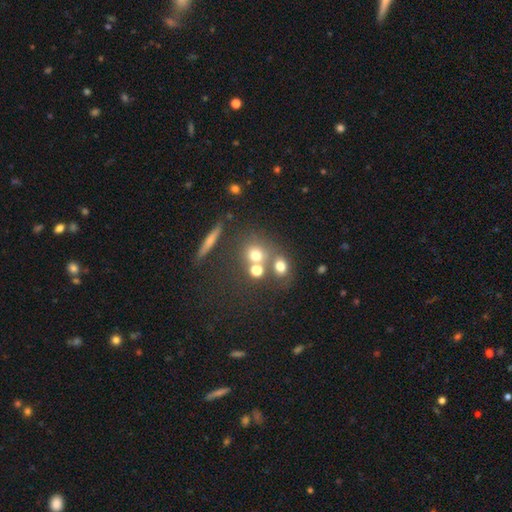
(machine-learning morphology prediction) The model was most divided on "merging": none: 53%, merger: 31%, minor disturbance: 10%, major disturbance: 6%. More confident: how rounded — round (78%); smooth or featured — smooth (65%).